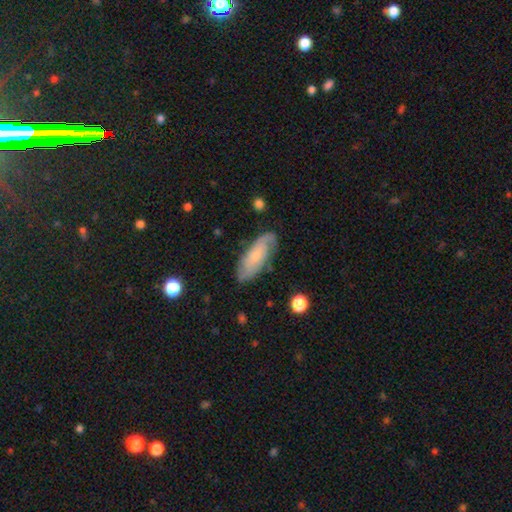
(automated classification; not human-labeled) smooth_or_featured: featured or disk (p=0.55) [alt: smooth p=0.39]
disk_edge_on: no (p=0.87) [alt: yes p=0.13]
merging: none (p=0.76) [alt: minor disturbance p=0.18]